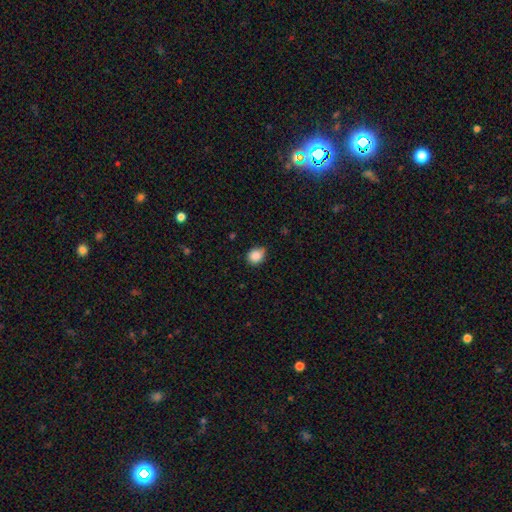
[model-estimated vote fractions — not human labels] This appears to be a smooth galaxy with no disk features (87%) that is round (69%). Merging: none (60%).